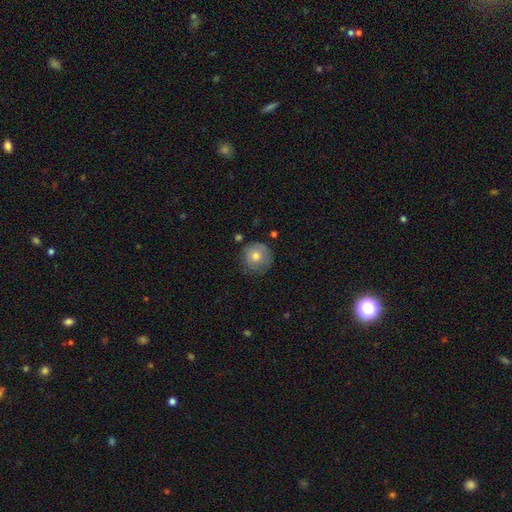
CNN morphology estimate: Smooth or featured? Predicted: smooth (p=0.69). How rounded? Predicted: round (p=0.93). Merging? Predicted: none (p=0.77).